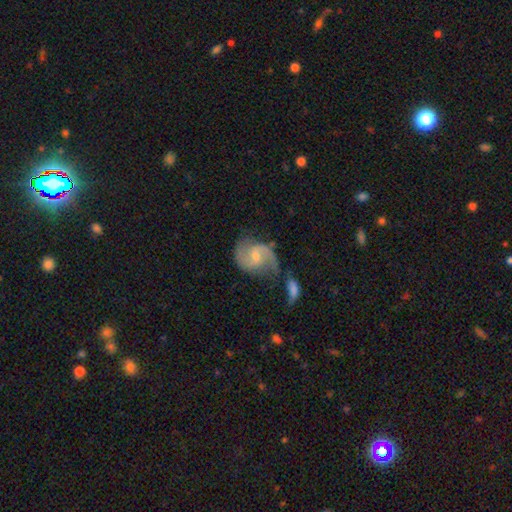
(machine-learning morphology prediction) This is clearly a featured or disk galaxy (84%). It is clearly not viewed edge-on (98%). Bar: possibly weak (52%). Spiral arm pattern: clearly yes (96%). Spiral arm count: clearly 2 (90%). Spiral winding: possibly medium (50%). Central bulge: possibly small (54%). Merging: possibly none (55%).